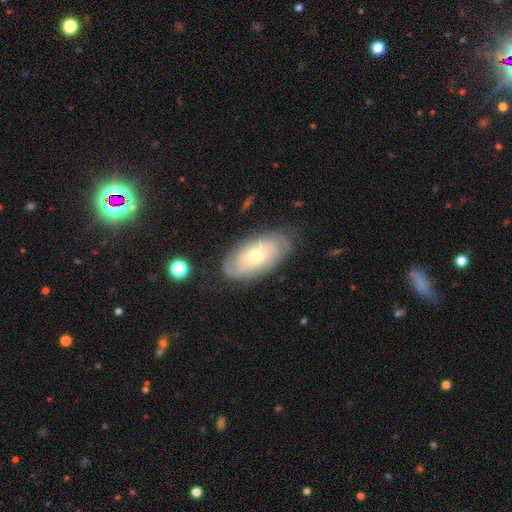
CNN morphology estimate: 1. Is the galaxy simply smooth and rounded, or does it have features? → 64% featured or disk, 29% smooth, 6% star or artifact.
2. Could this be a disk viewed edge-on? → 92% no, 8% yes.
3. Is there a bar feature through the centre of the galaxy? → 70% no, 25% weak, 6% strong.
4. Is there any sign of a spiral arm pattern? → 81% yes, 19% no.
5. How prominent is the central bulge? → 55% moderate, 39% small, 4% large, 1% none, 1% dominant.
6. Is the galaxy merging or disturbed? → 78% none, 16% minor disturbance, 5% major disturbance, 1% merger.